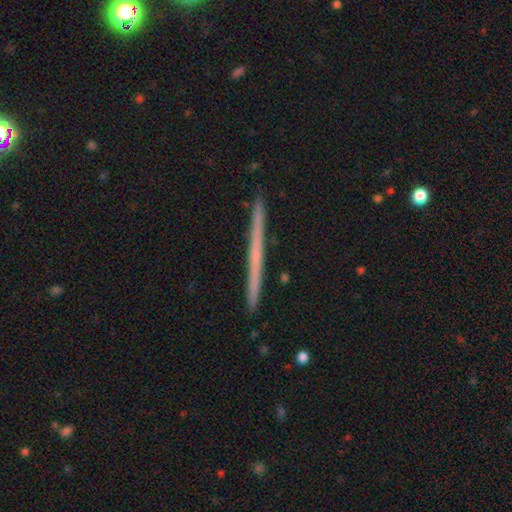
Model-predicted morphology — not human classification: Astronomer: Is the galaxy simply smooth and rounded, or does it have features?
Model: featured or disk — 57% (runner-up: smooth, 37%).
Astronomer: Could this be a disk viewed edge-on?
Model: yes — 98%.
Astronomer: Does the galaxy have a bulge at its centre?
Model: none — 88%.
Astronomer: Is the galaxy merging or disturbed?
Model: none — 92%.